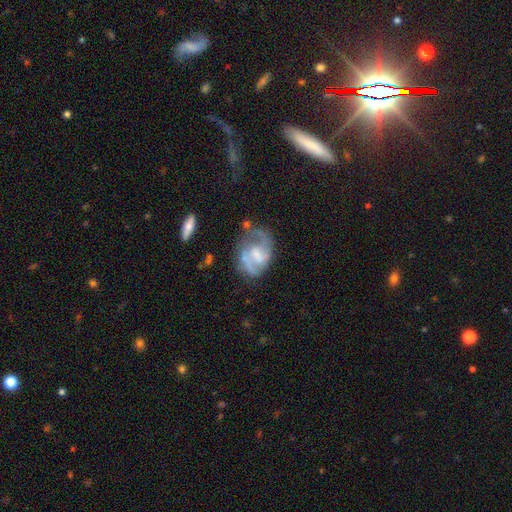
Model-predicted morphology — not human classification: This appears to be a featured or disk galaxy (77%) with a weak bar (52%), 2 (73%) medium (50%) spiral arms (87%) and a moderate central bulge (34%). Merging: none (52%).